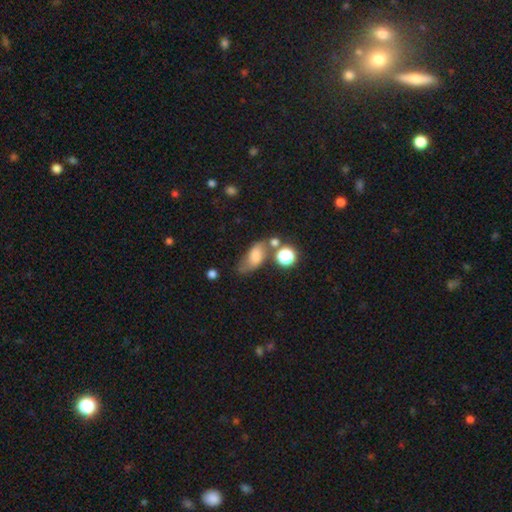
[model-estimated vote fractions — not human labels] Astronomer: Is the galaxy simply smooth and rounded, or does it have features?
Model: smooth — 67%.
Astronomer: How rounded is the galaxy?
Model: in between — 79%.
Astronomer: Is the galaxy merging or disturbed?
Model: none — 44% (runner-up: minor disturbance, 26%).